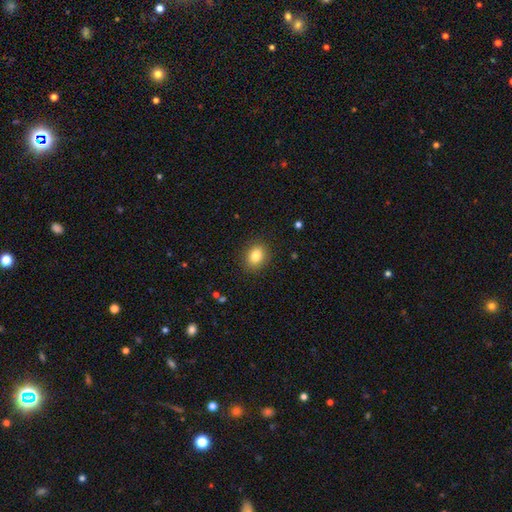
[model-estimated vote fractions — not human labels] This appears to be a smooth galaxy with no disk features (83%) that is in between round and cigar-shaped (50%). Merging: none (89%).